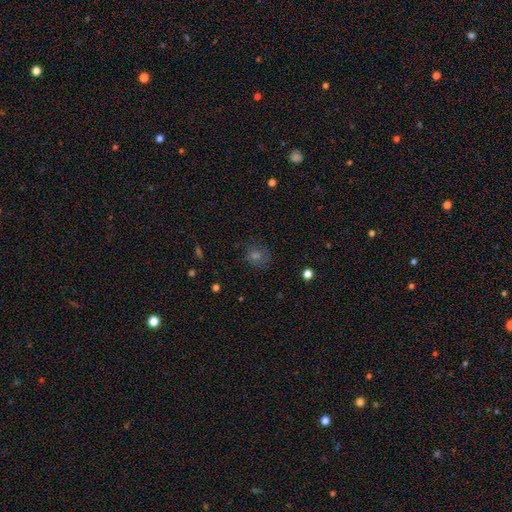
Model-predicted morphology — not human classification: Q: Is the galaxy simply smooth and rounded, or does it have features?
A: smooth — 57%.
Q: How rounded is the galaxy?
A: round — 76%.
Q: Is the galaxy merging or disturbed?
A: none — 79%.